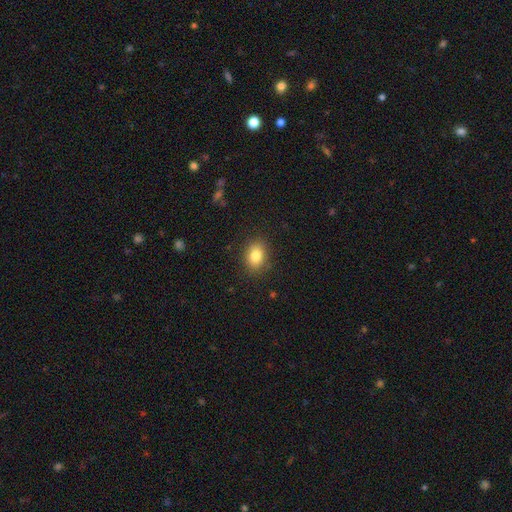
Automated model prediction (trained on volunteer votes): This appears to be a smooth galaxy with no disk features (83%) that is in between round and cigar-shaped (63%). Merging: none (87%).